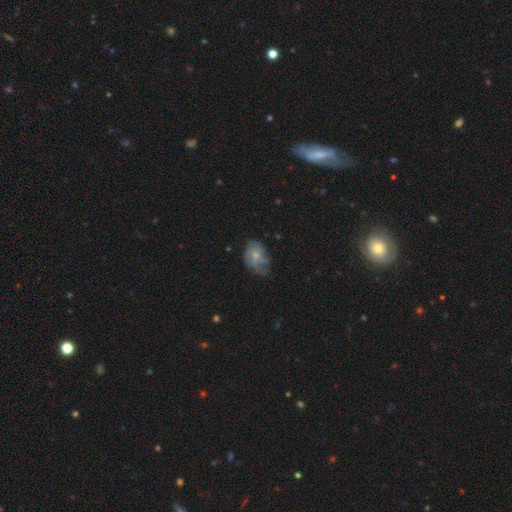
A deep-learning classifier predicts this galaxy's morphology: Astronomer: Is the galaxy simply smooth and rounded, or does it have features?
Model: smooth — 47% (runner-up: featured or disk, 44%).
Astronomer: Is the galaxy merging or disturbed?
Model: none — 44% (runner-up: minor disturbance, 33%).